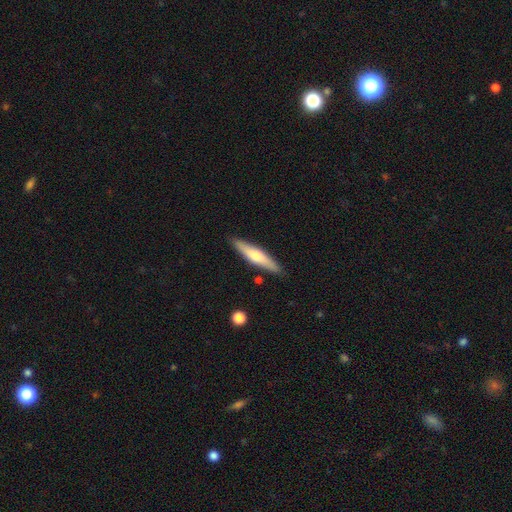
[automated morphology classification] Smooth or featured?
  - smooth: 52% *
  - featured or disk: 43%
  - star or artifact: 6%
How rounded?
  - cigar-shaped: 85% *
  - in between: 13%
  - round: 1%
Merging?
  - none: 87% *
  - minor disturbance: 9%
  - merger: 2%
  - major disturbance: 2%